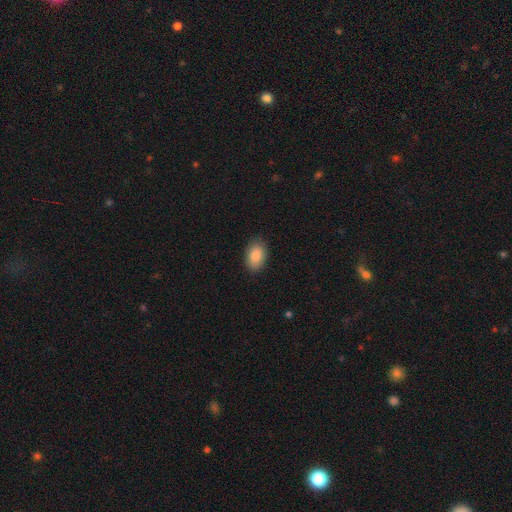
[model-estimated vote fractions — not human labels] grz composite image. It shows a smooth galaxy with no disk features (88%) that is in between round and cigar-shaped (91%). Merging: none (88%).